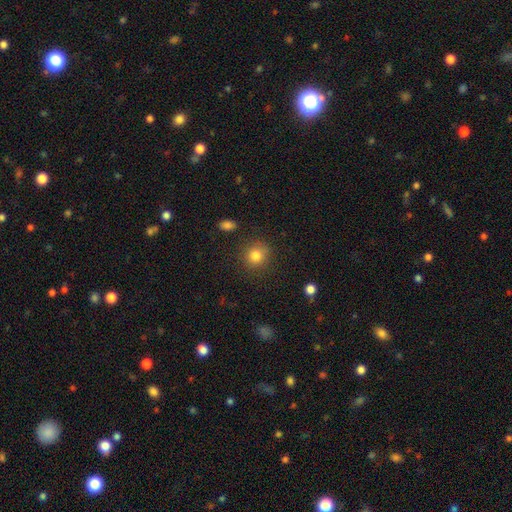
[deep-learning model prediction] This is clearly a smooth galaxy (82%). How rounded: clearly round (89%). Merging: clearly none (86%).